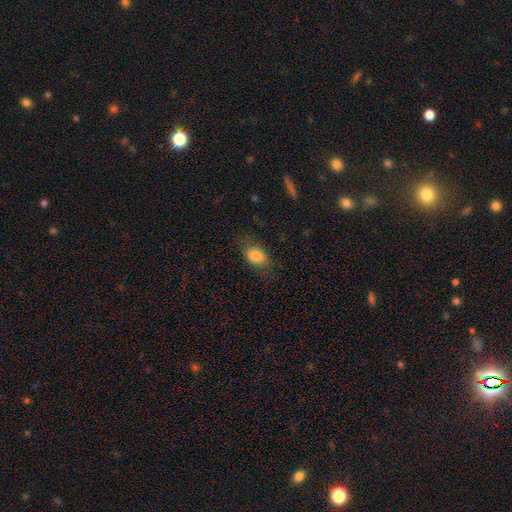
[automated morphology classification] A smooth galaxy with no disk features (82%) that is in between round and cigar-shaped (82%). Merging: none (74%).